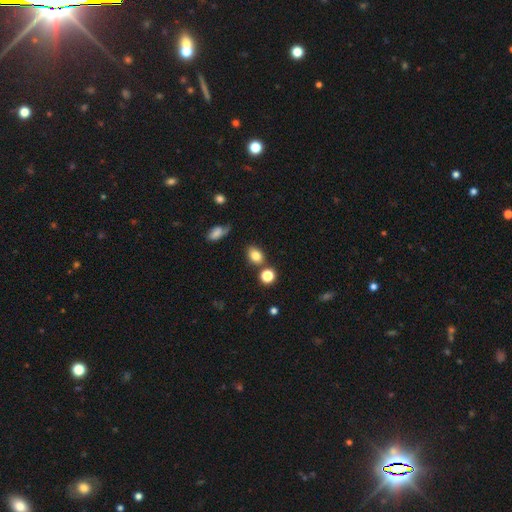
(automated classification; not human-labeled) Smooth or featured? Predicted: smooth (p=0.81). How rounded? Predicted: in between (p=0.66). Merging? Predicted: none (p=0.73).